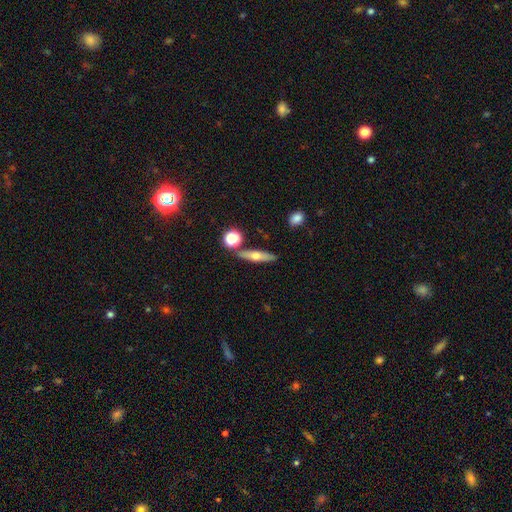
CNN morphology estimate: Overall: smooth (48%; featured or disk 44%). Merging: none (82%).